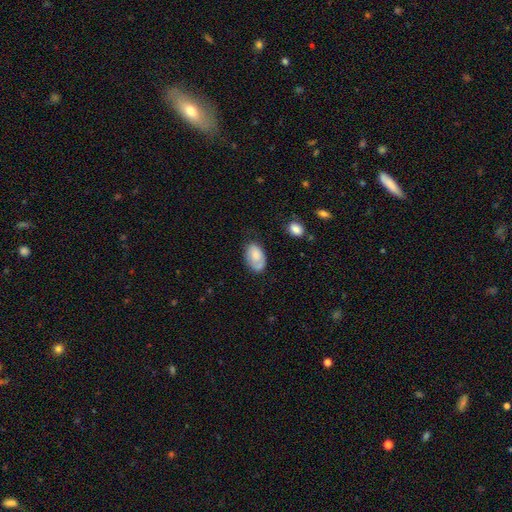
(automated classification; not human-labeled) smooth 71%, featured or disk 22%, star or artifact 7%. Down the decision tree: how rounded — in between (91%); merging — none (58%).